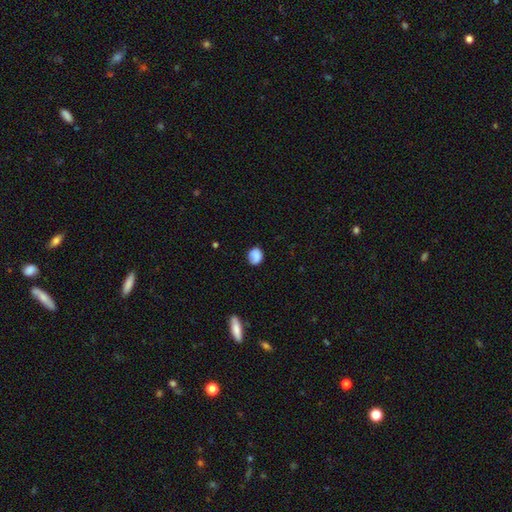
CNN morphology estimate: A smooth galaxy with no disk features (85%) that is round (67%). Merging: none (76%).